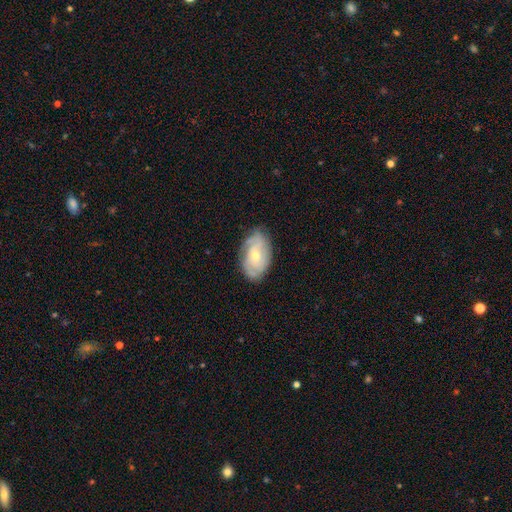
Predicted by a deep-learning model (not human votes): Morphology: type=featured or disk (72%); edge-on=no (95%); bar=no (70%); spiral arms=yes (88%); winding=tight (62%); arm count=can't tell (38%); bulge=small (52%); merging=none (75%).